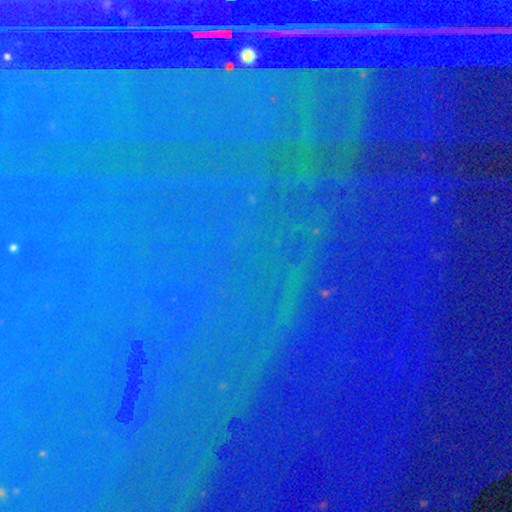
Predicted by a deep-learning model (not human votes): Smooth or featured? star or artifact (84%)